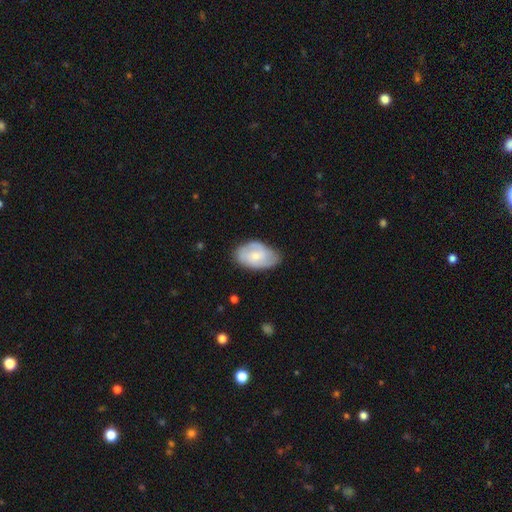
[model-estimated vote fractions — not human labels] The model was most divided on "smooth or featured" (2-way tie): smooth: 47%, featured or disk: 47%, star or artifact: 6%. More confident: merging — none (63%).